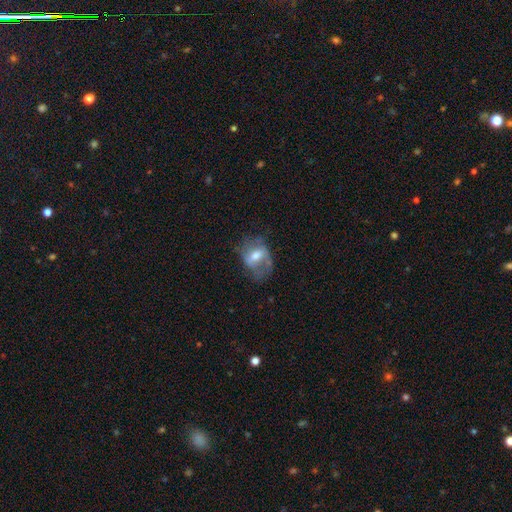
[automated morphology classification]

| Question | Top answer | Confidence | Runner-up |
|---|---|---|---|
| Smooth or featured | featured or disk | 54% | smooth (38%) |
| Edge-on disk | no | 95% | yes (5%) |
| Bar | weak | 48% | no (29%) |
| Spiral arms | yes | 61% | no (39%) |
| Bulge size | moderate | 61% | small (18%) |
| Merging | none | 45% | major disturbance (27%) |